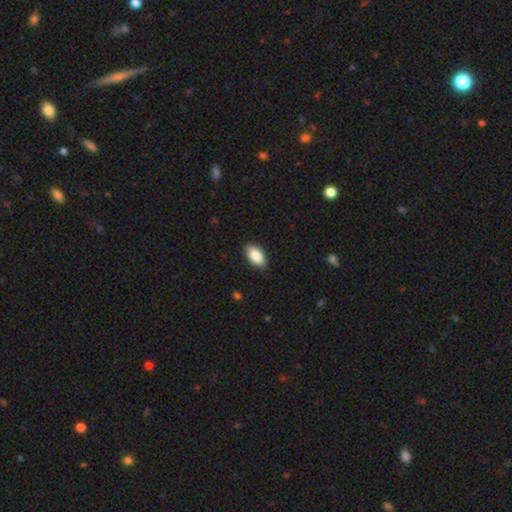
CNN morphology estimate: Overall: smooth (87%). How rounded: in between (93%). Merging: none (89%).